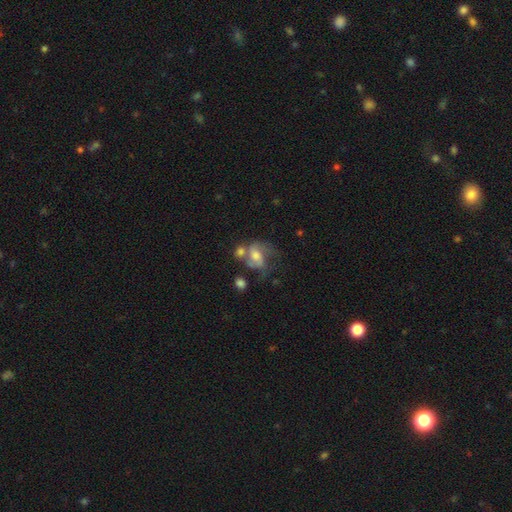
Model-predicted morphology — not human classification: Overall: featured or disk (52%; smooth 38%). Edge-on disk: no (97%). Bar: no (62%; weak 31%). Spiral arms: yes (70%; no 30%). Bulge size: moderate (54%; large 18%). Merging: merger (32%; none 26%).